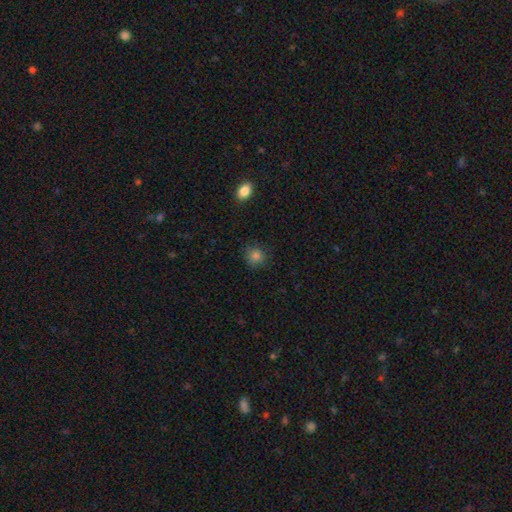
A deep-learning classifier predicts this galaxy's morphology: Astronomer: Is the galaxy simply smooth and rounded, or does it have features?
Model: smooth — 83%.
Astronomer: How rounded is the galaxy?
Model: round — 84%.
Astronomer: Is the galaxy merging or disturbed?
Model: none — 83%.